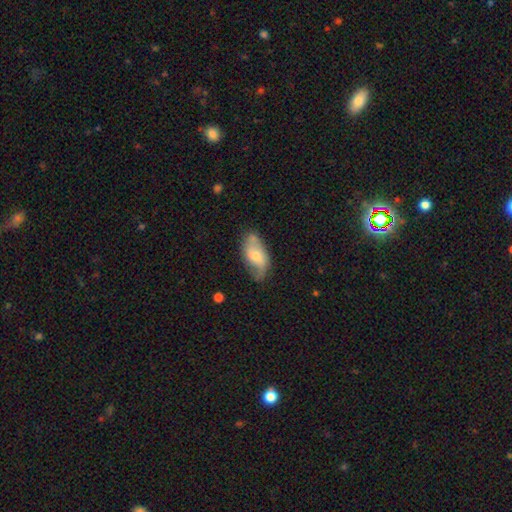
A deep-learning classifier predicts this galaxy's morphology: A featured or disk galaxy (51%).

Vote fractions:
- Smooth or featured? featured or disk: 51% / smooth: 42% / star or artifact: 7%
- Edge-on disk? no: 90% / yes: 10%
- Merging? none: 62% / minor disturbance: 27% / major disturbance: 8% / merger: 3%